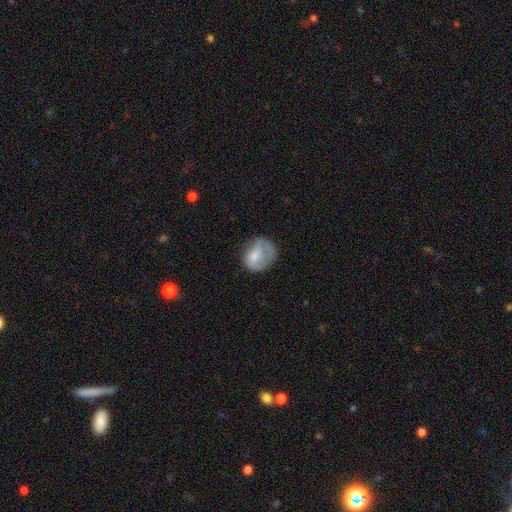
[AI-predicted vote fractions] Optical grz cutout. It shows a smooth galaxy with no disk features (63%) that is round (57%). Merging: none (40%).